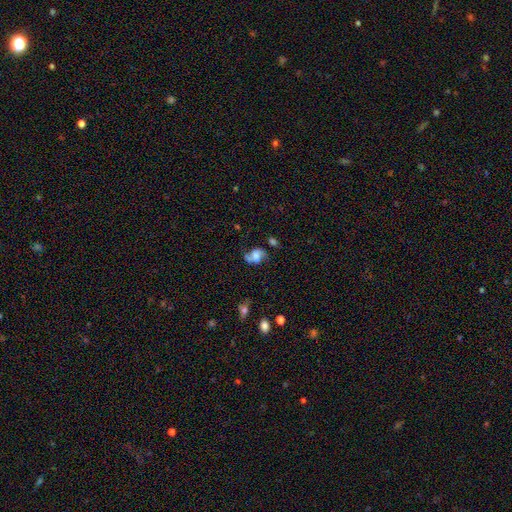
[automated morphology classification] A featured or disk galaxy (50%). Merging: none (49%).